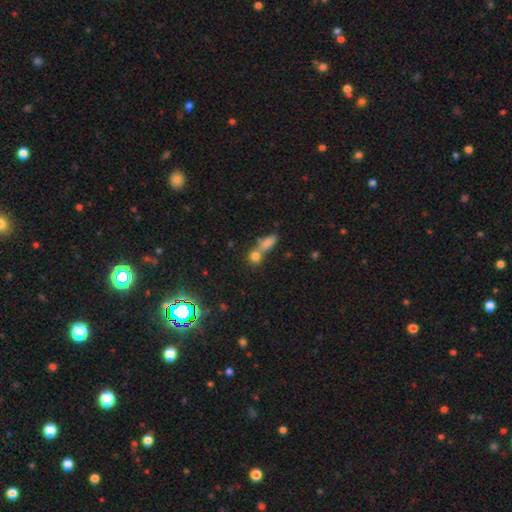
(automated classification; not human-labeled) Q: Smooth or featured?
A: smooth (74%); runner-up: star or artifact (16%)
Q: How rounded?
A: in between (46%); runner-up: round (43%)
Q: Merging?
A: merger (54%); runner-up: none (35%)